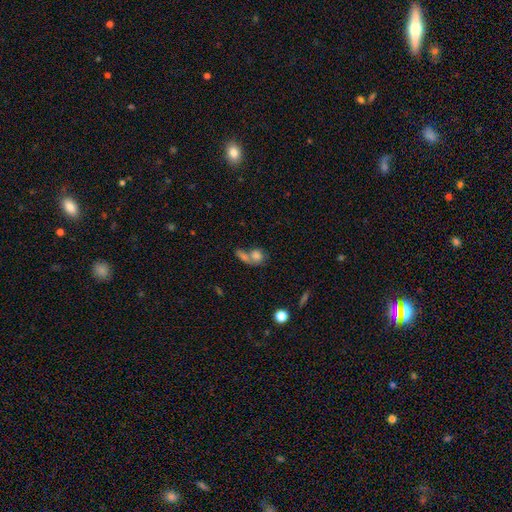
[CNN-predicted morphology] Smooth or featured? smooth (77%)
How rounded? round (50%)
Merging? merger (59%)